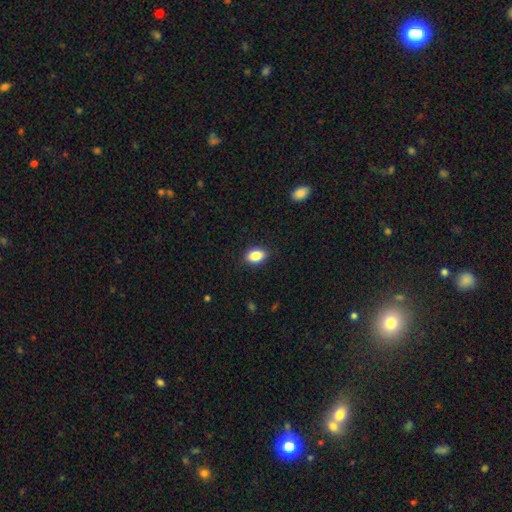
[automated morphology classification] Q: Smooth or featured?
A: smooth (86%); runner-up: star or artifact (8%)
Q: How rounded?
A: in between (85%); runner-up: round (13%)
Q: Merging?
A: none (89%); runner-up: minor disturbance (8%)